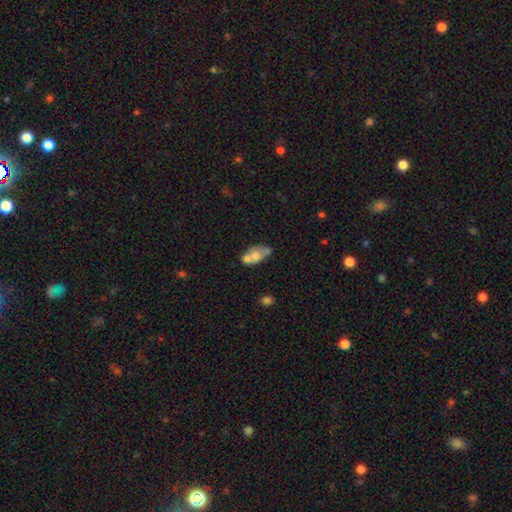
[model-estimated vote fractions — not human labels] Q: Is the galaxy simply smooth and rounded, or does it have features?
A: smooth — 57%.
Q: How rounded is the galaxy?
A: in between — 82%.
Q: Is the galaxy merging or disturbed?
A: merger — 49%.